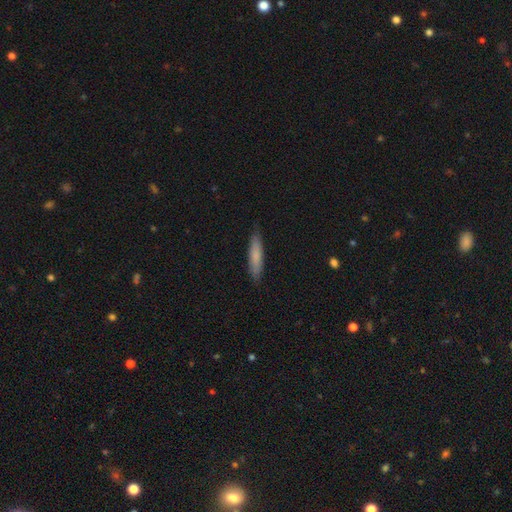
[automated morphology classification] The model was most divided on "smooth or featured": smooth: 76%, featured or disk: 18%, star or artifact: 6%. More confident: merging — none (86%); how rounded — cigar-shaped (85%).